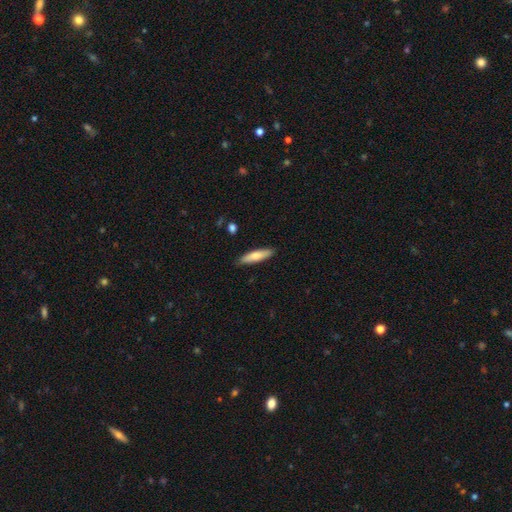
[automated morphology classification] smooth-or-featured: smooth: 71% | featured or disk: 23% | star or artifact: 6%
  how-rounded: cigar-shaped: 72% | in between: 26% | round: 2%
  merging: none: 87% | minor disturbance: 10% | major disturbance: 2% | merger: 1%